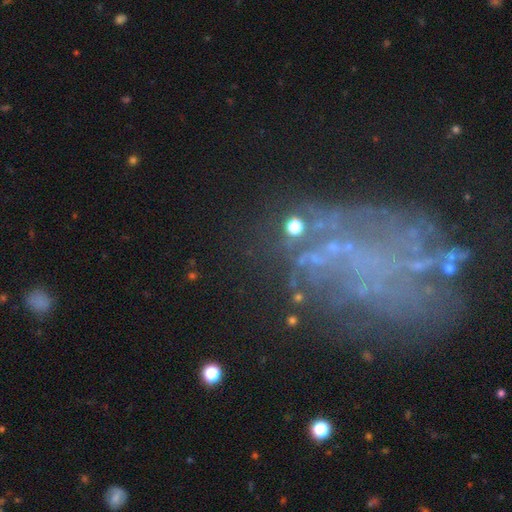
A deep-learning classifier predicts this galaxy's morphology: The model was most divided on "smooth or featured": featured or disk: 43%, star or artifact: 39%, smooth: 18%. More confident: merging — none (56%).